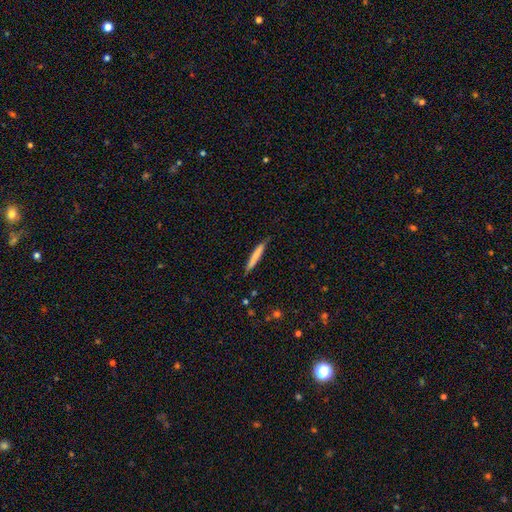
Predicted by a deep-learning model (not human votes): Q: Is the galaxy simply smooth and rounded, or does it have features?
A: smooth — 74%.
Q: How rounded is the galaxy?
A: cigar-shaped — 95%.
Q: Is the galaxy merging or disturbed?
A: none — 84%.